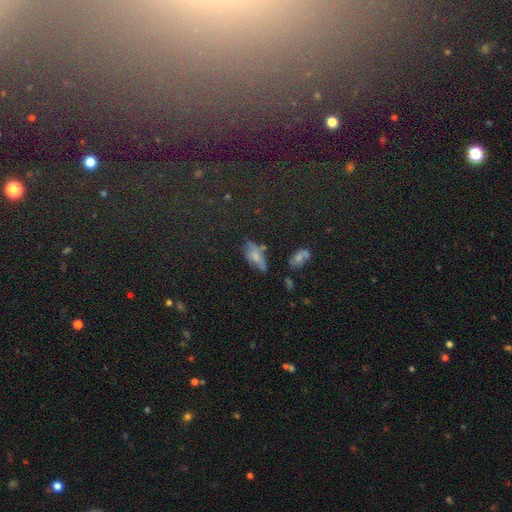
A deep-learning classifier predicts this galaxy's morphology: Overall: smooth (57%; featured or disk 25%). How rounded: in between (74%). Merging: none (53%; minor disturbance 27%).